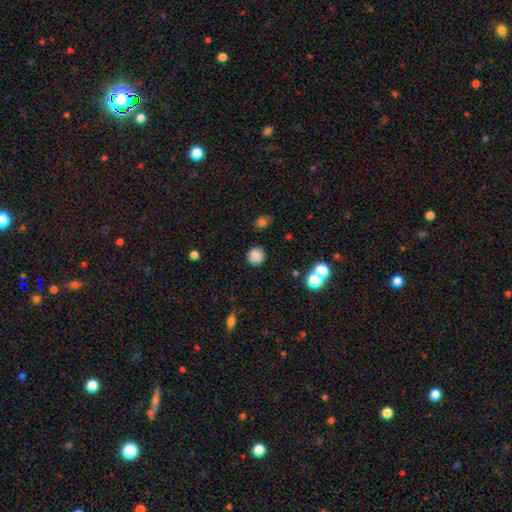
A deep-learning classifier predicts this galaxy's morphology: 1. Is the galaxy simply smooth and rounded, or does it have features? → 83% smooth, 11% star or artifact, 5% featured or disk.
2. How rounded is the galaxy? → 90% round, 9% in between, 1% cigar-shaped.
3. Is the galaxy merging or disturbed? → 86% none, 9% minor disturbance, 3% merger, 3% major disturbance.